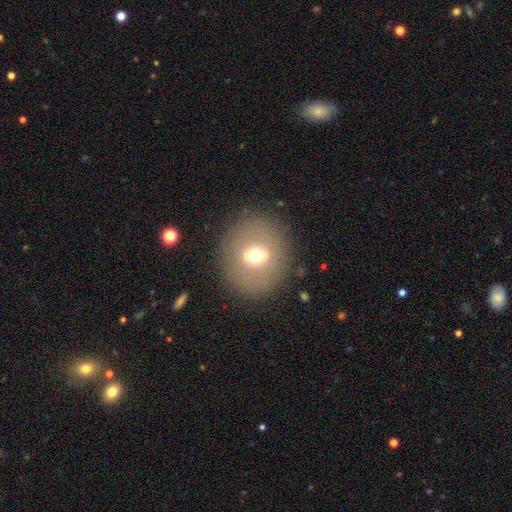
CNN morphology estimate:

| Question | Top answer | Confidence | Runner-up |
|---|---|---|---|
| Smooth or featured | smooth | 52% | featured or disk (36%) |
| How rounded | round | 79% | in between (19%) |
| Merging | none | 86% | minor disturbance (8%) |